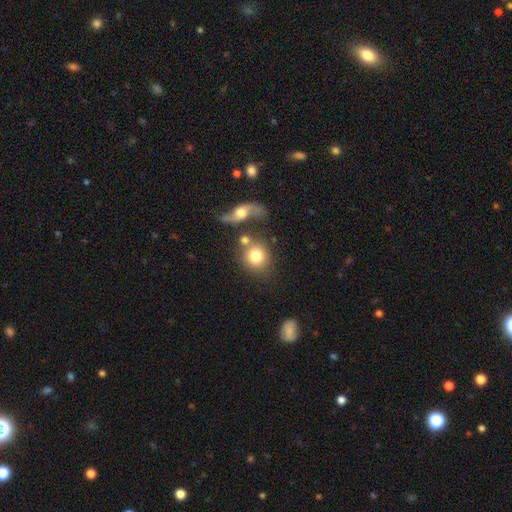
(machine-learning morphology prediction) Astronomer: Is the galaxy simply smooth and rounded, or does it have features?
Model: smooth — 76%.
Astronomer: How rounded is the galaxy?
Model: round — 78%.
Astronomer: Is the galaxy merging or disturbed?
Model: none — 53%.